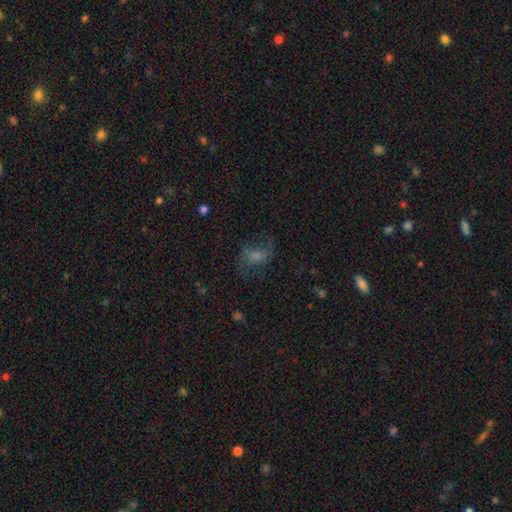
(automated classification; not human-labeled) Smooth or featured? Predicted: featured or disk (p=0.45). Merging? Predicted: none (p=0.58).